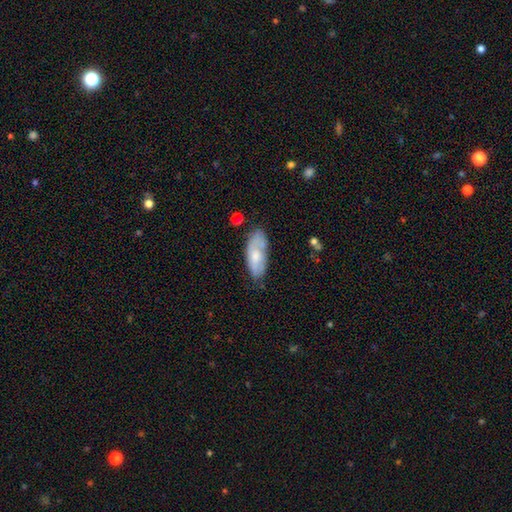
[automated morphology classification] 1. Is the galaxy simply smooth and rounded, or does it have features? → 62% smooth, 32% featured or disk, 7% star or artifact.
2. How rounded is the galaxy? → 82% in between, 16% cigar-shaped, 2% round.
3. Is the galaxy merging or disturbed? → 60% none, 28% minor disturbance, 8% major disturbance, 5% merger.